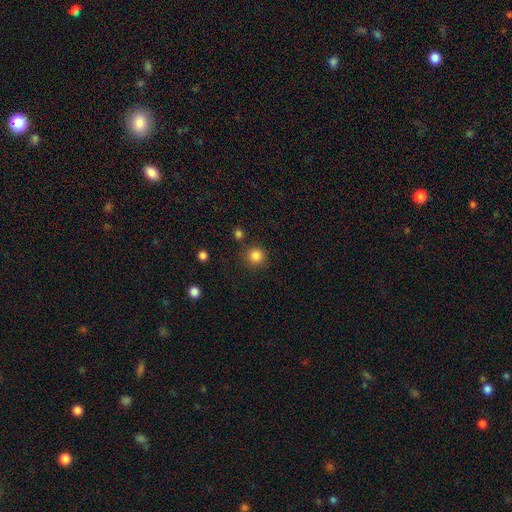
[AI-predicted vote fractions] Q: Smooth or featured?
A: smooth (85%); runner-up: star or artifact (12%)
Q: How rounded?
A: round (94%); runner-up: in between (5%)
Q: Merging?
A: none (85%); runner-up: minor disturbance (8%)